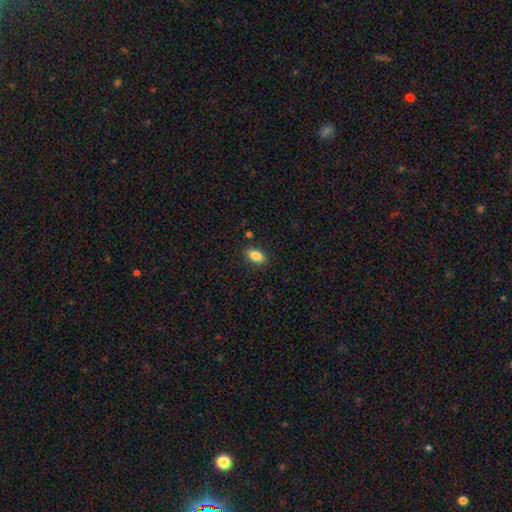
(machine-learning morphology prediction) A smooth galaxy with no disk features (86%) that is in between round and cigar-shaped (90%). Merging: none (88%).